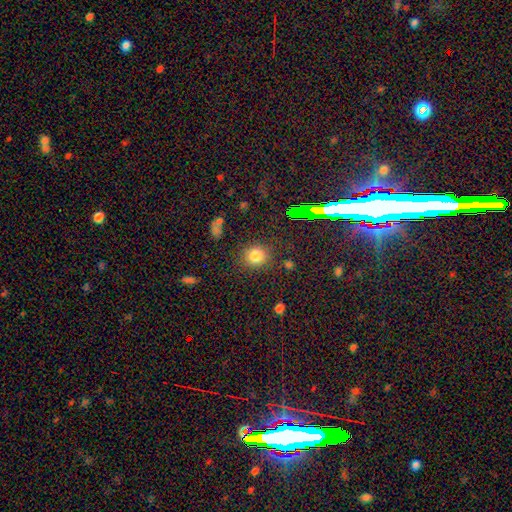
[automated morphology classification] A smooth galaxy with no disk features (78%) that is round (81%).

Vote fractions:
- Smooth or featured? smooth: 78% / star or artifact: 15% / featured or disk: 7%
- How rounded? round: 81% / in between: 18% / cigar-shaped: 1%
- Merging? none: 83% / minor disturbance: 10% / major disturbance: 4% / merger: 3%